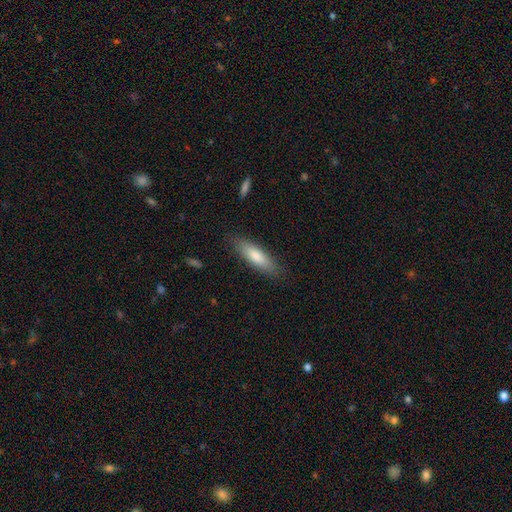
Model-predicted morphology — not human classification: This is likely a smooth galaxy (74%). How rounded: likely cigar-shaped (64%). Merging: clearly none (87%).